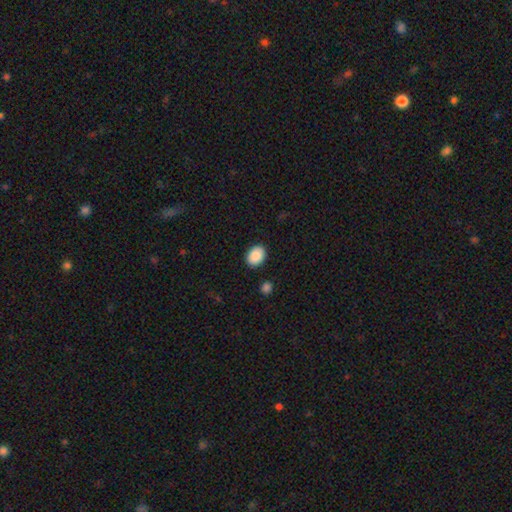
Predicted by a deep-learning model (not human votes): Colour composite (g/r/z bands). It shows a smooth galaxy with no disk features (88%) that is in between round and cigar-shaped (71%). Merging: none (89%).